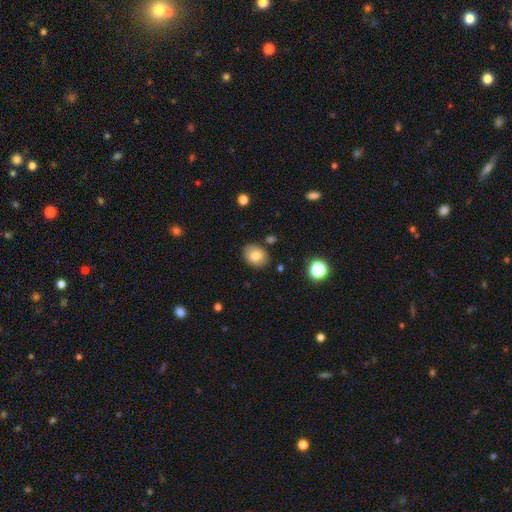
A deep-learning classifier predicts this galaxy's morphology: A smooth galaxy with no disk features (77%) that is in between round and cigar-shaped (58%).

Vote fractions:
- Smooth or featured? smooth: 77% / featured or disk: 13% / star or artifact: 10%
- How rounded? in between: 58% / round: 41% / cigar-shaped: 1%
- Merging? none: 83% / minor disturbance: 12% / major disturbance: 3% / merger: 3%